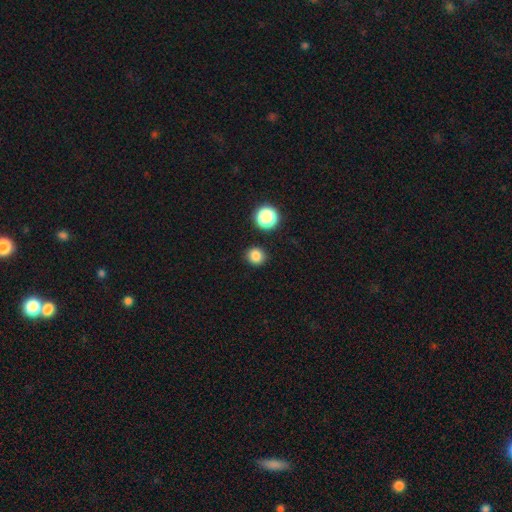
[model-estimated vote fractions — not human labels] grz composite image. It shows a smooth galaxy with no disk features (83%) that is round (91%). Merging: none (90%).